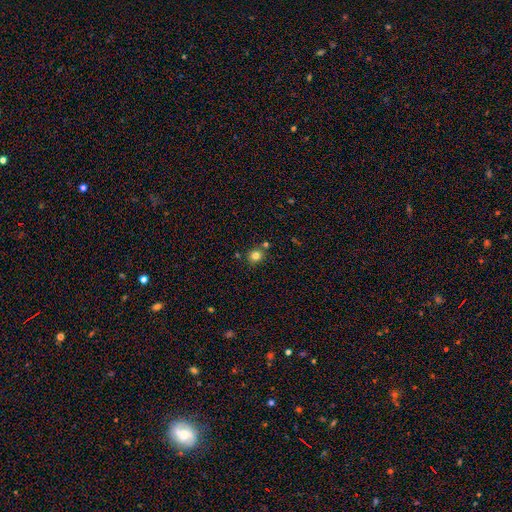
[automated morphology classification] Smooth or featured?
  - smooth: 79% *
  - star or artifact: 14%
  - featured or disk: 7%
How rounded?
  - round: 82% *
  - in between: 17%
  - cigar-shaped: 1%
Merging?
  - none: 78% *
  - minor disturbance: 10%
  - merger: 9%
  - major disturbance: 3%